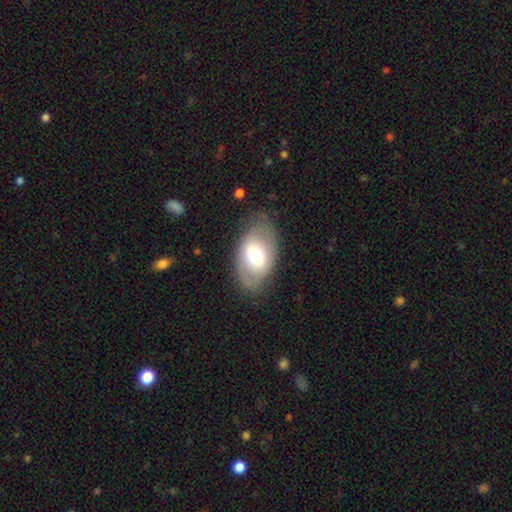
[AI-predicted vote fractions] A smooth galaxy with no disk features (56%) that is in between round and cigar-shaped (88%). Merging: none (72%).